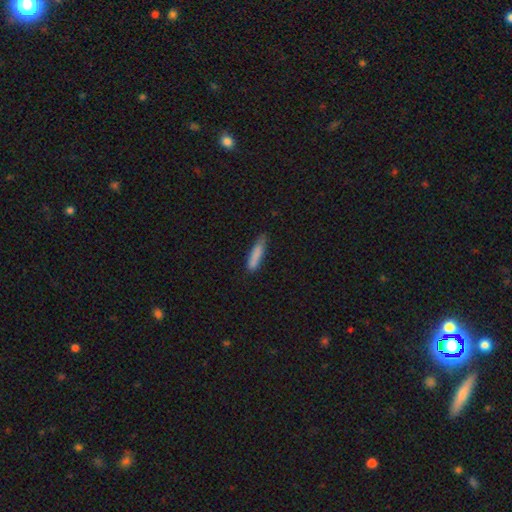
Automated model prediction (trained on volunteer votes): Smooth or featured? Predicted: smooth (p=0.83). How rounded? Predicted: cigar-shaped (p=0.83). Merging? Predicted: none (p=0.73).